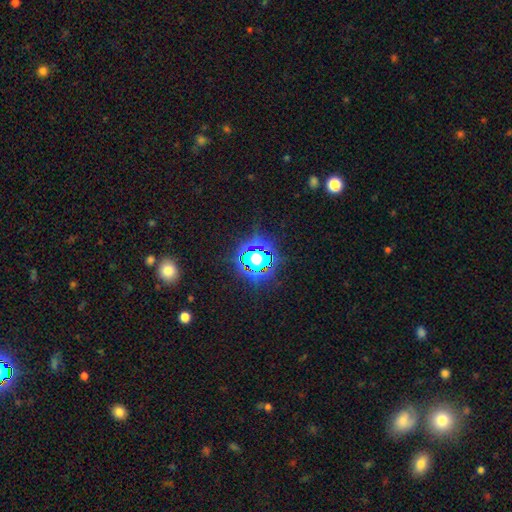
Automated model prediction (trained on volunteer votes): A star or artifact, not a galaxy (69%).

Vote fractions:
- Smooth or featured? star or artifact: 69% / smooth: 20% / featured or disk: 10%